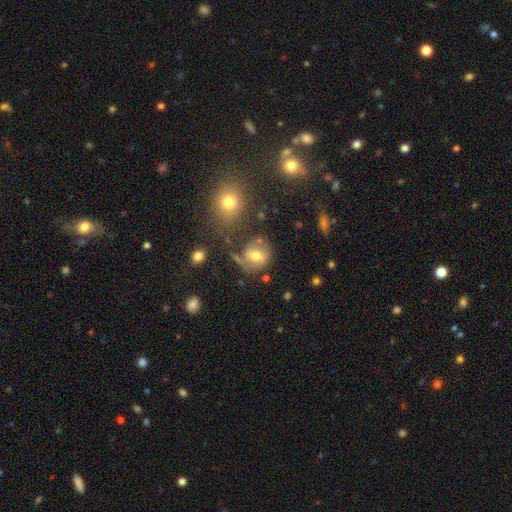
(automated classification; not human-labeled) This appears to be a smooth galaxy with no disk features (54%) that is round (72%). Merging: none (54%).